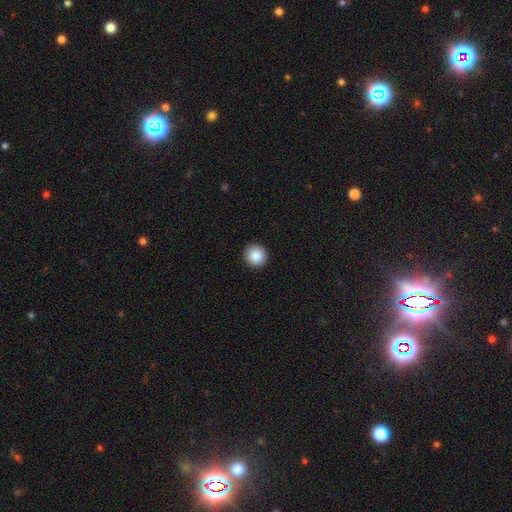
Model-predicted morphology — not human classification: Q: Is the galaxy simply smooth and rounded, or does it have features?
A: smooth — 88%.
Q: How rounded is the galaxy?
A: round — 95%.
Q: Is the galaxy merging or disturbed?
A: none — 93%.